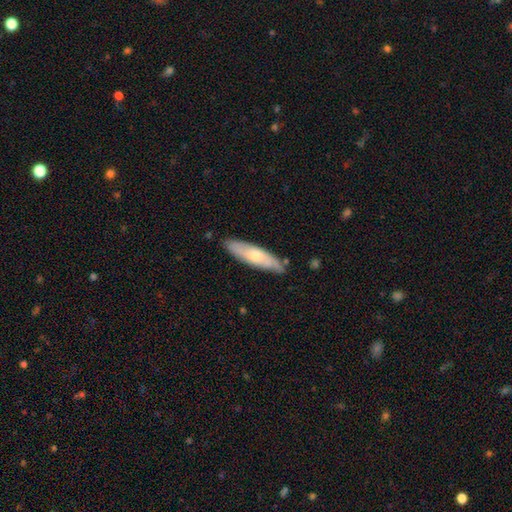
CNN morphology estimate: A smooth galaxy with no disk features (53%) that is cigar-shaped (67%).

Vote fractions:
- Smooth or featured? smooth: 53% / featured or disk: 41% / star or artifact: 5%
- How rounded? cigar-shaped: 67% / in between: 32% / round: 2%
- Merging? none: 79% / minor disturbance: 16% / major disturbance: 2% / merger: 2%